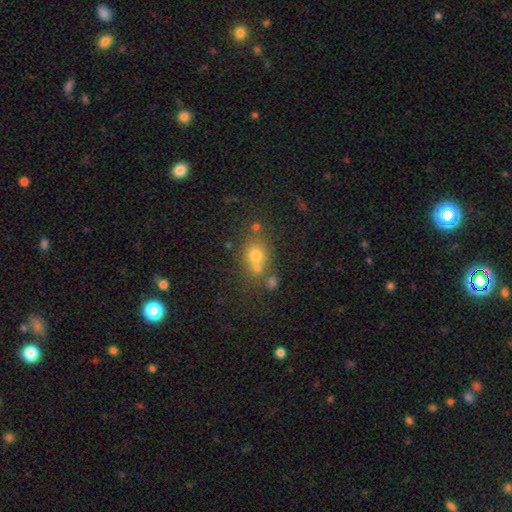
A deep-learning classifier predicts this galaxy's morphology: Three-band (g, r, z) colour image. It shows a smooth galaxy with no disk features (69%) that is round (70%). Merging: none (52%).